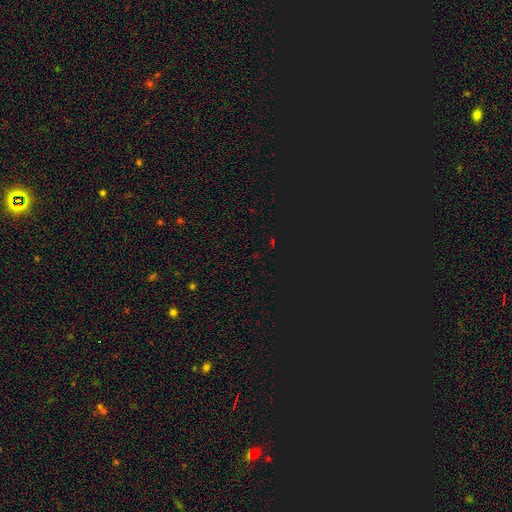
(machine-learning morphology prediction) This is likely a star or artifact rather than a galaxy (75%).